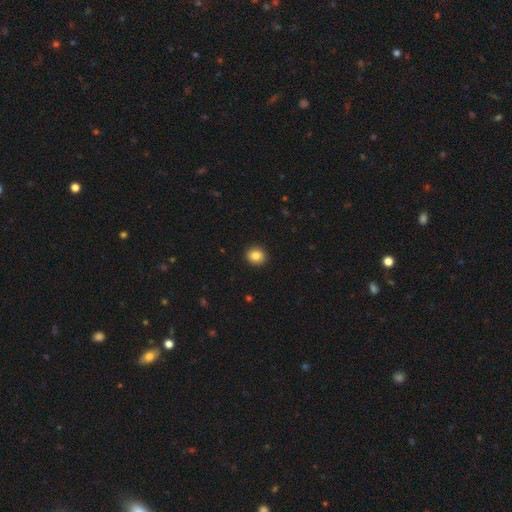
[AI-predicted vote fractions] Q: Smooth or featured?
A: smooth (85%); runner-up: star or artifact (10%)
Q: How rounded?
A: round (86%); runner-up: in between (13%)
Q: Merging?
A: none (93%); runner-up: minor disturbance (5%)